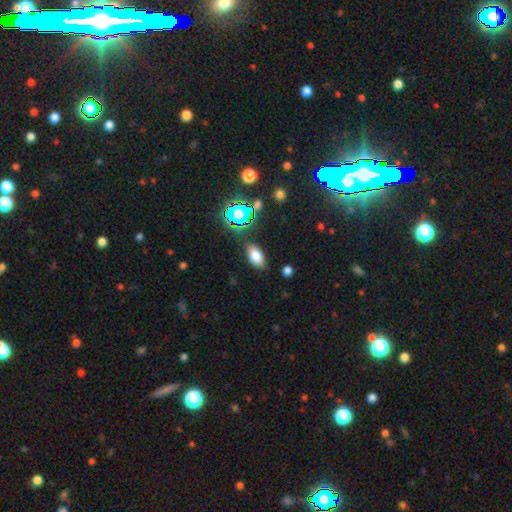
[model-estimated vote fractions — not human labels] smooth 73%, star or artifact 15%, featured or disk 11%. Down the decision tree: how rounded — in between (89%); merging — none (83%).